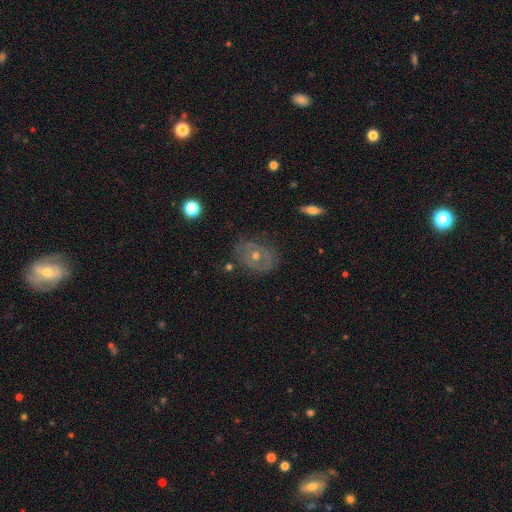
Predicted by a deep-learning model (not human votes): Q: Smooth or featured?
A: featured or disk (63%); runner-up: smooth (25%)
Q: Edge-on disk?
A: no (94%); runner-up: yes (6%)
Q: Bar?
A: no (82%); runner-up: weak (14%)
Q: Spiral arms?
A: no (56%); runner-up: yes (44%)
Q: Bulge size?
A: moderate (51%); runner-up: small (46%)
Q: Merging?
A: none (75%); runner-up: minor disturbance (17%)